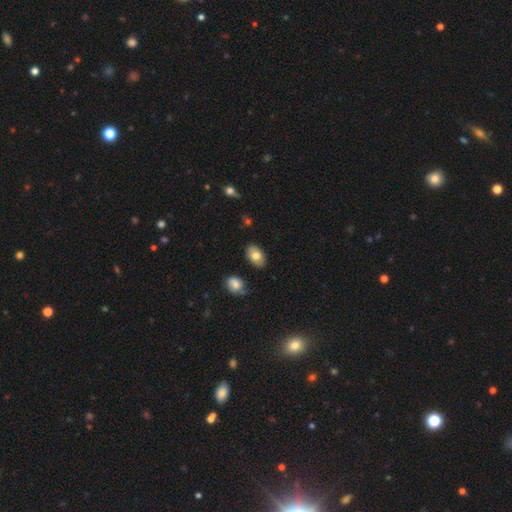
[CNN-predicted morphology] The model was most divided on "smooth or featured": smooth: 77%, featured or disk: 16%, star or artifact: 7%. More confident: how rounded — in between (89%); merging — none (83%).